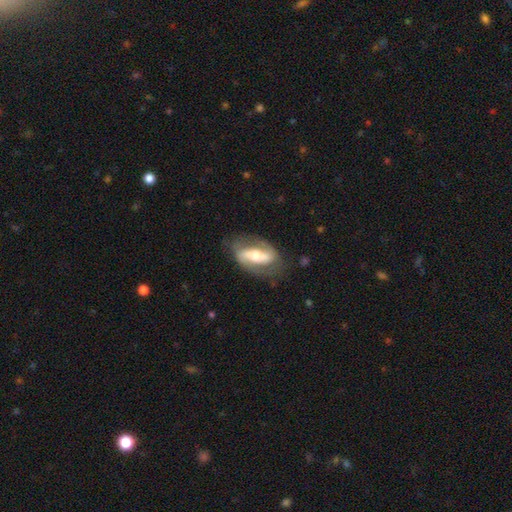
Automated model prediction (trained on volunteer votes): smooth-or-featured: featured or disk: 72% | smooth: 22% | star or artifact: 5%
  disk-edge-on: no: 88% | yes: 12%
    bar: strong: 58% | weak: 23% | no: 19%
    has-spiral-arms: yes: 76% | no: 24%
    bulge-size: moderate: 60% | small: 24% | large: 12% | dominant: 2% | none: 2%
  merging: none: 72% | minor disturbance: 17% | major disturbance: 9% | merger: 2%